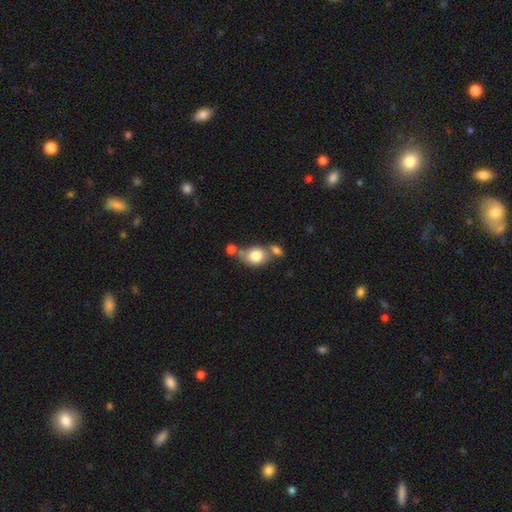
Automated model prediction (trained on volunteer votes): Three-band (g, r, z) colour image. It shows a smooth galaxy with no disk features (78%) that is in between round and cigar-shaped (52%). Merging: none (43%).